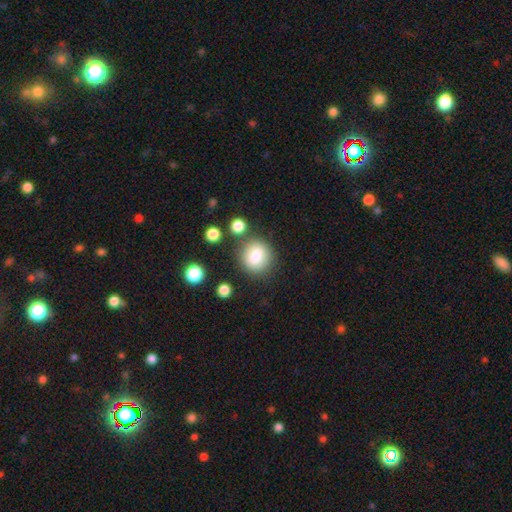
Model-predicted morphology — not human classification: smooth-or-featured: smooth: 80% | featured or disk: 10% | star or artifact: 9%
  how-rounded: round: 83% | in between: 15% | cigar-shaped: 1%
  merging: none: 79% | minor disturbance: 10% | merger: 6% | major disturbance: 4%